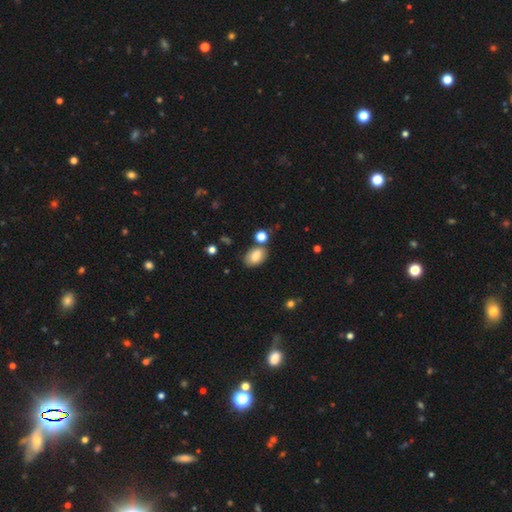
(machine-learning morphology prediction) Smooth or featured? Predicted: smooth (p=0.77). How rounded? Predicted: in between (p=0.86). Merging? Predicted: none (p=0.73).